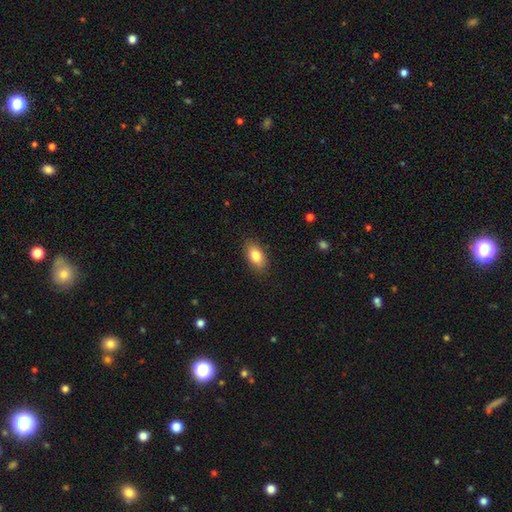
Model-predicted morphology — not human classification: This is clearly a smooth galaxy (83%). How rounded: clearly in between (90%). Merging: clearly none (87%).